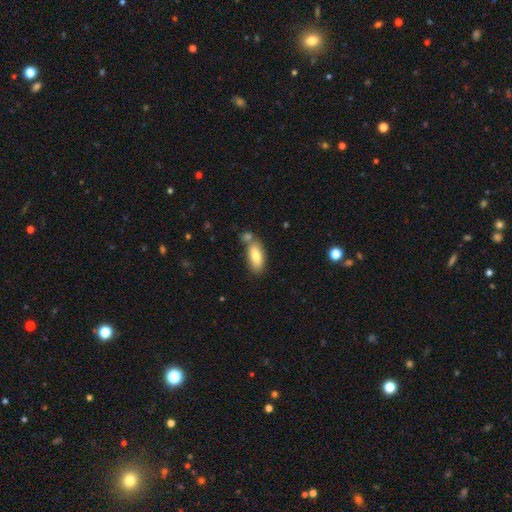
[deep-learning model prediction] A smooth galaxy with no disk features (76%) that is in between round and cigar-shaped (84%).

Vote fractions:
- Smooth or featured? smooth: 76% / featured or disk: 17% / star or artifact: 7%
- How rounded? in between: 84% / cigar-shaped: 13% / round: 3%
- Merging? none: 60% / merger: 22% / minor disturbance: 15% / major disturbance: 4%